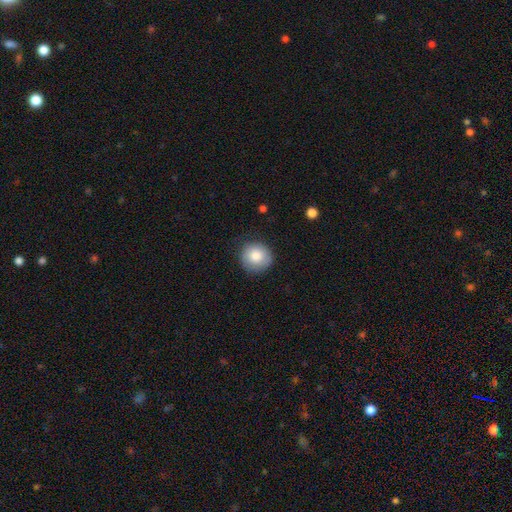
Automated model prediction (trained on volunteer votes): smooth-or-featured: smooth: 83% | featured or disk: 10% | star or artifact: 7%
  how-rounded: round: 91% | in between: 9% | cigar-shaped: 1%
  merging: none: 80% | minor disturbance: 15% | major disturbance: 4% | merger: 1%